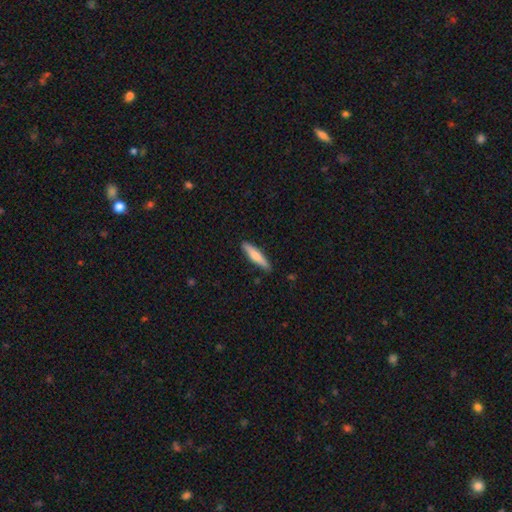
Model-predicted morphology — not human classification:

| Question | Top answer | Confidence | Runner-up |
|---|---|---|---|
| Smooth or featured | smooth | 70% | featured or disk (24%) |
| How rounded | cigar-shaped | 84% | in between (14%) |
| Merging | none | 87% | minor disturbance (10%) |